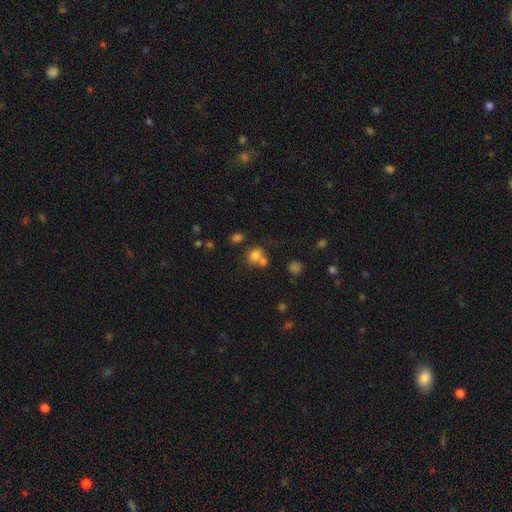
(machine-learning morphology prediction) Smooth or featured? smooth (75%)
How rounded? round (70%)
Merging? none (45%)